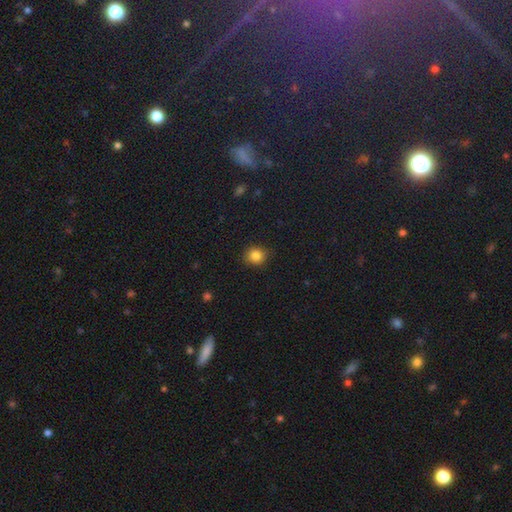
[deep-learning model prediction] Smooth or featured? Predicted: smooth (p=0.85). How rounded? Predicted: round (p=0.79). Merging? Predicted: none (p=0.86).